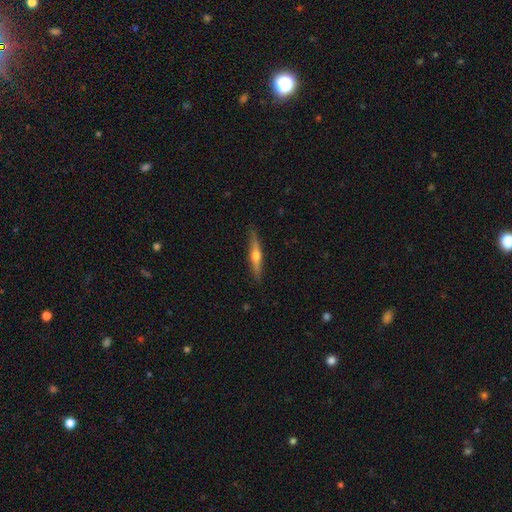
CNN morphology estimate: featured or disk 59%, smooth 35%, star or artifact 6%. Down the decision tree: edge-on disk — yes (96%); edge-on bulge — rounded (90%); merging — none (87%).